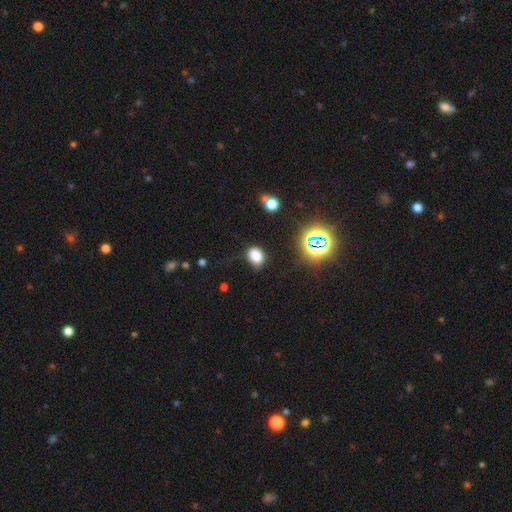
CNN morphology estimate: A smooth galaxy with no disk features (77%) that is in between round and cigar-shaped (61%). Merging: none (66%).